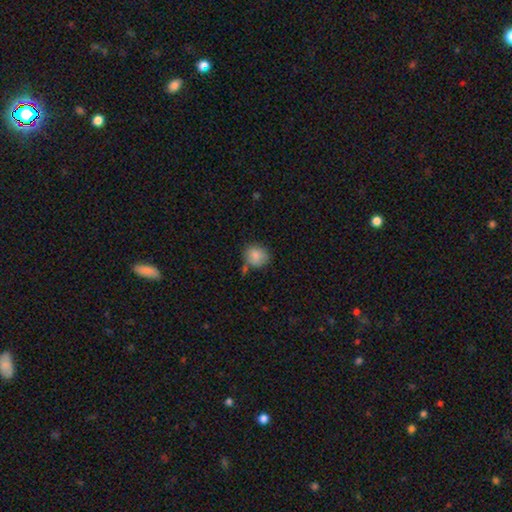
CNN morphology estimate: A smooth galaxy with no disk features (85%) that is round (79%). Merging: none (64%).